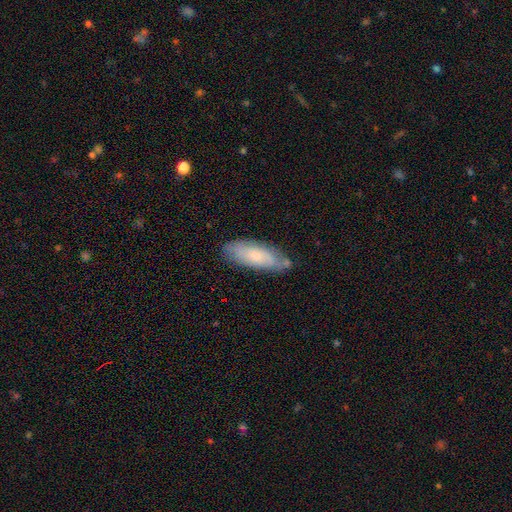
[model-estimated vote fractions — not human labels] A smooth galaxy with no disk features (60%) that is in between round and cigar-shaped (69%). Merging: none (71%).